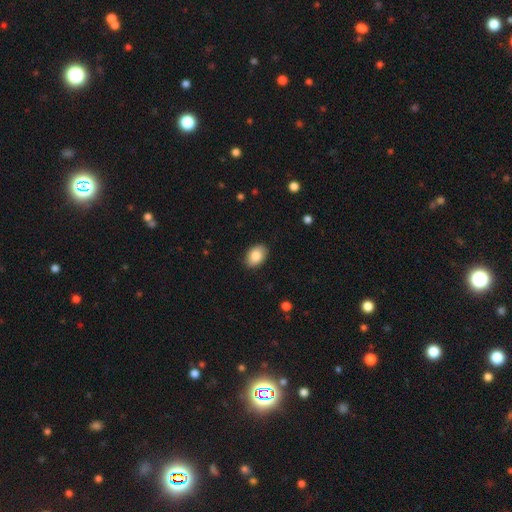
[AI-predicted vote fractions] Smooth or featured? Predicted: smooth (p=0.86). How rounded? Predicted: in between (p=0.86). Merging? Predicted: none (p=0.87).